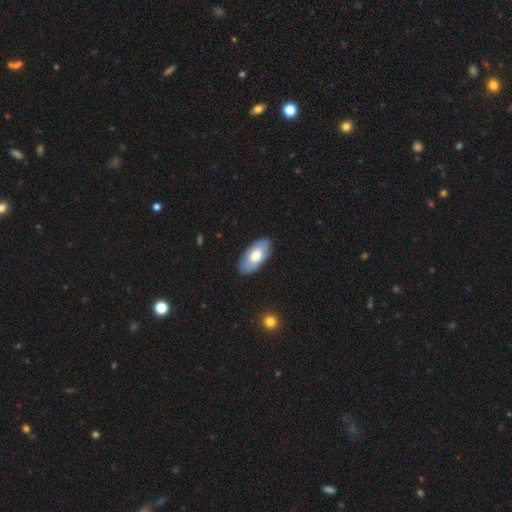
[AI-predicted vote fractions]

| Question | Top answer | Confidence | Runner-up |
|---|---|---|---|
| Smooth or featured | smooth | 64% | featured or disk (31%) |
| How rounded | in between | 93% | cigar-shaped (5%) |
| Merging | none | 85% | minor disturbance (12%) |